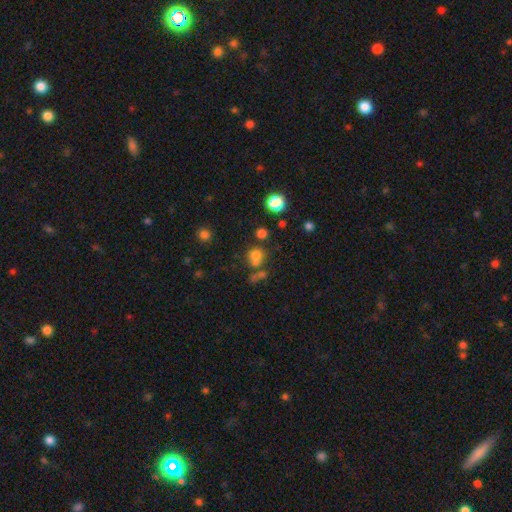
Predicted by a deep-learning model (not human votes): Morphology: type=smooth (69%); roundness=round (82%); merging=none (50%).